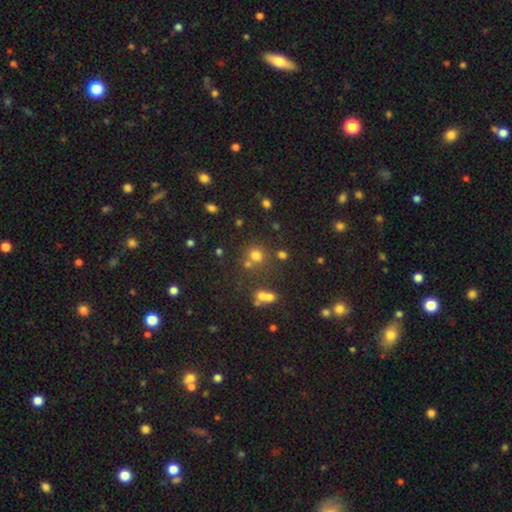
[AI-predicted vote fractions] Morphology: type=smooth (67%); roundness=round (79%); merging=none (59%).